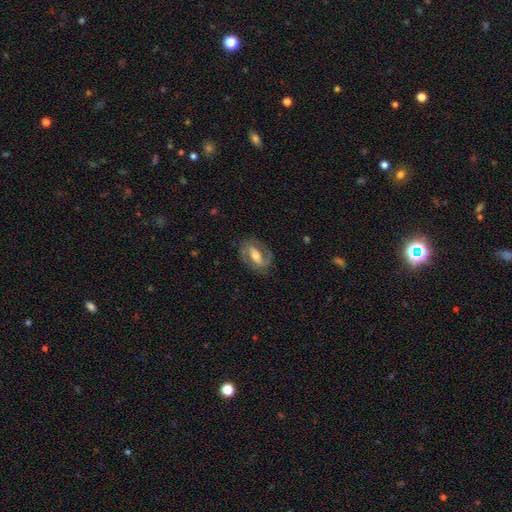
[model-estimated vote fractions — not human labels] Smooth or featured? featured or disk (77%)
Edge-on disk? no (94%)
Bar? strong (45%)
Spiral arms? yes (83%)
Spiral winding? medium (47%)
Spiral arm count? 2 (82%)
Bulge size? moderate (64%)
Merging? none (77%)